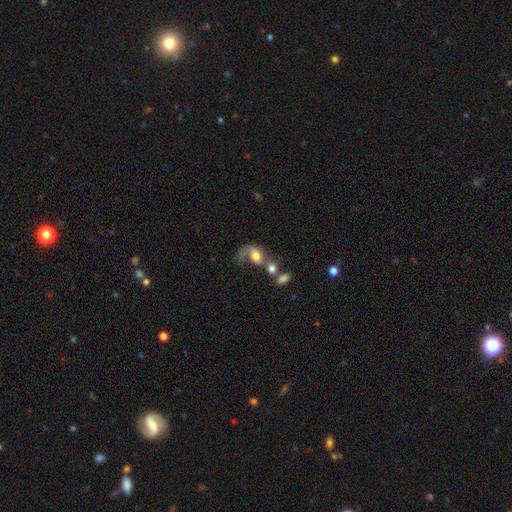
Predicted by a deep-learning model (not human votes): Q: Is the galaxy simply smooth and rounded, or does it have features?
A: smooth — 48%.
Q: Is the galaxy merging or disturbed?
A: merger — 44%.